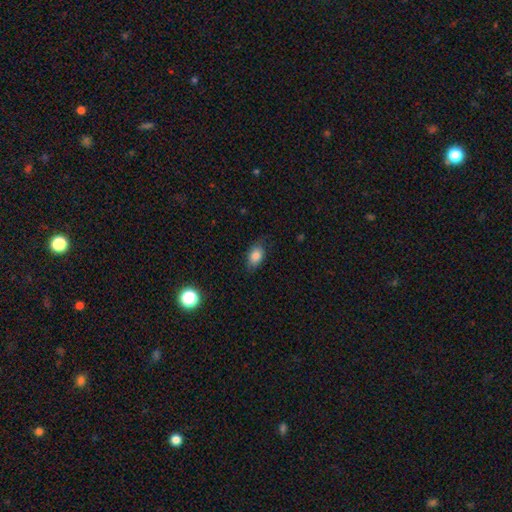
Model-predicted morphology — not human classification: Smooth or featured? Predicted: smooth (p=0.83). How rounded? Predicted: in between (p=0.85). Merging? Predicted: none (p=0.76).